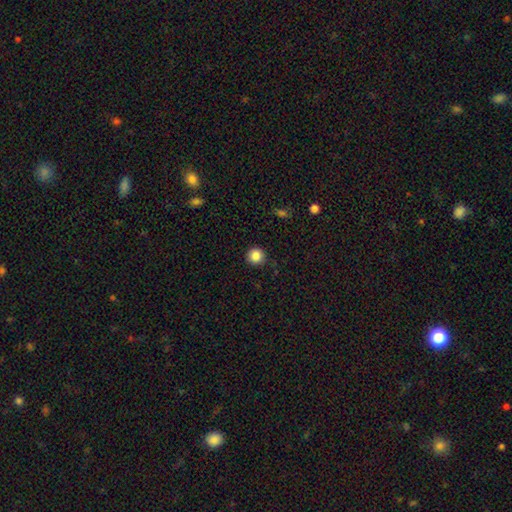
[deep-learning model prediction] Smooth or featured: smooth — 86% (star or artifact — 10%)
How rounded: round — 94% (in between — 5%)
Merging: none — 89% (minor disturbance — 8%)